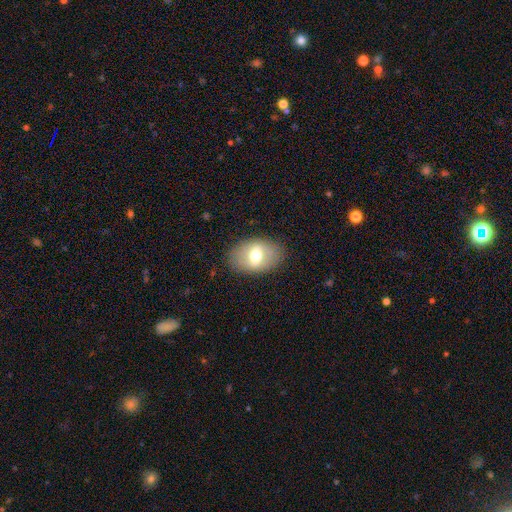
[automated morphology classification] A smooth galaxy with no disk features (55%) that is in between round and cigar-shaped (84%). Merging: none (84%).